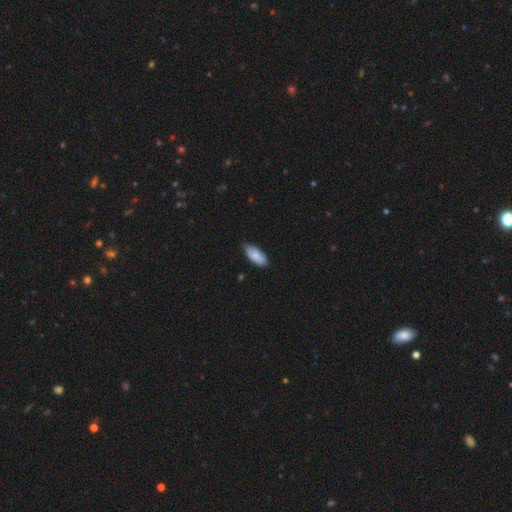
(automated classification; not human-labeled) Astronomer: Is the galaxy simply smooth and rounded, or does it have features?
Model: smooth — 86%.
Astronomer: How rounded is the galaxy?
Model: in between — 89%.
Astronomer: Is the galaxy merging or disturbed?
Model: none — 78%.